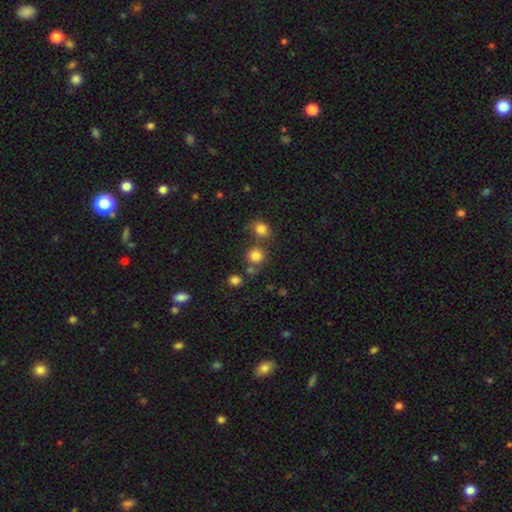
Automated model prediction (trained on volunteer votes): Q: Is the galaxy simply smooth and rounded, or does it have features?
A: smooth — 80%.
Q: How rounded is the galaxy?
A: round — 87%.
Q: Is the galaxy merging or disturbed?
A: none — 62%.